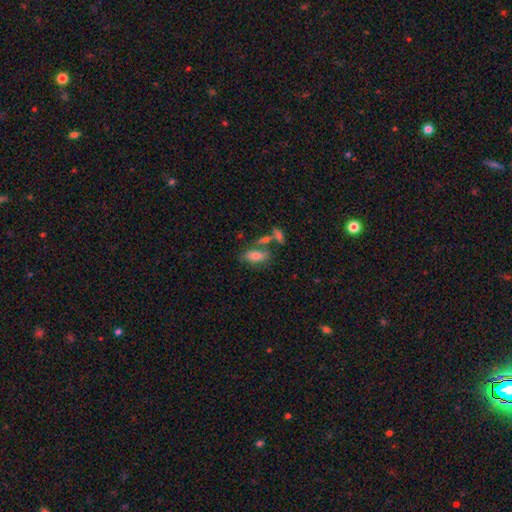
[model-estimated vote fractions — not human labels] smooth-or-featured: smooth: 72% | featured or disk: 19% | star or artifact: 8%
  how-rounded: in between: 85% | cigar-shaped: 11% | round: 4%
  merging: none: 52% | merger: 25% | minor disturbance: 16% | major disturbance: 8%